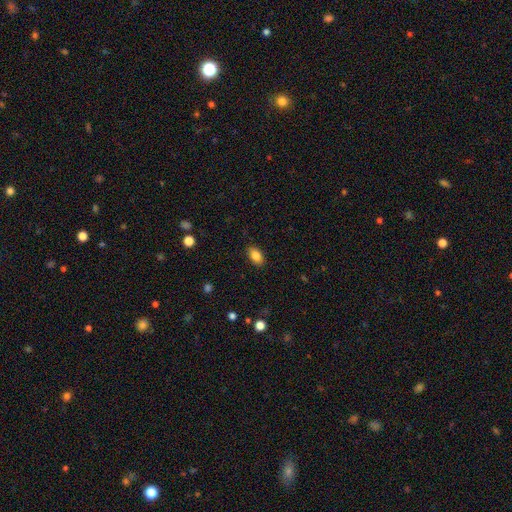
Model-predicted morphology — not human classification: Q: Smooth or featured?
A: smooth (85%); runner-up: star or artifact (8%)
Q: How rounded?
A: in between (90%); runner-up: round (8%)
Q: Merging?
A: none (88%); runner-up: minor disturbance (9%)